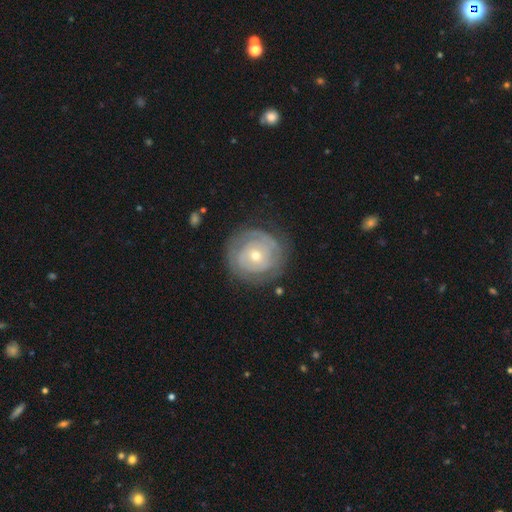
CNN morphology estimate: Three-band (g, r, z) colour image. It shows a featured or disk galaxy (72%) with no bar (79%), tight (78%) spiral arms (76%) and a small central bulge (54%). Merging: none (77%).